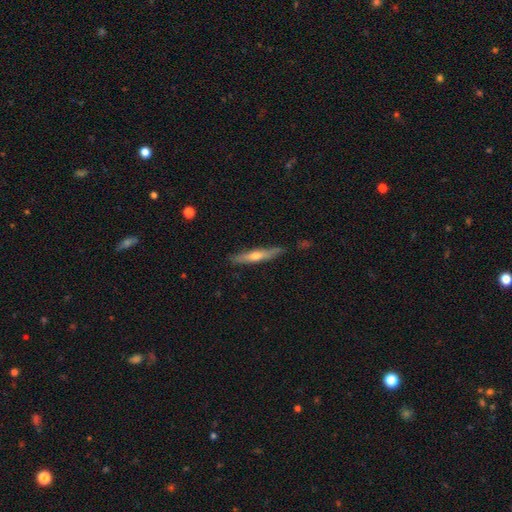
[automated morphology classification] Smooth or featured: featured or disk — 53% (smooth — 41%)
Edge-on disk: yes — 93% (no — 7%)
Merging: none — 82% (minor disturbance — 14%)